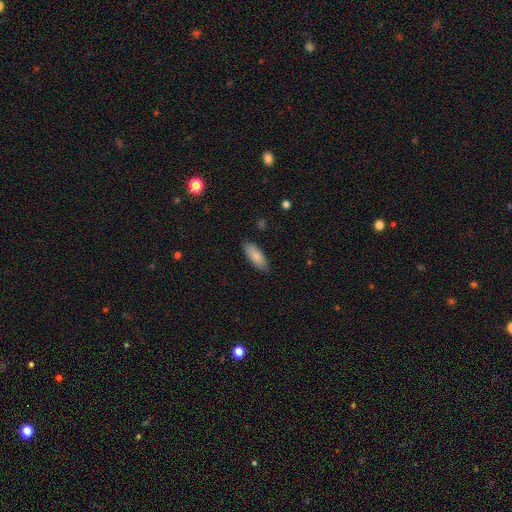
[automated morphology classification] A smooth galaxy with no disk features (84%) that is in between round and cigar-shaped (72%).

Vote fractions:
- Smooth or featured? smooth: 84% / featured or disk: 10% / star or artifact: 6%
- How rounded? in between: 72% / cigar-shaped: 26% / round: 2%
- Merging? none: 83% / minor disturbance: 14% / major disturbance: 2% / merger: 1%